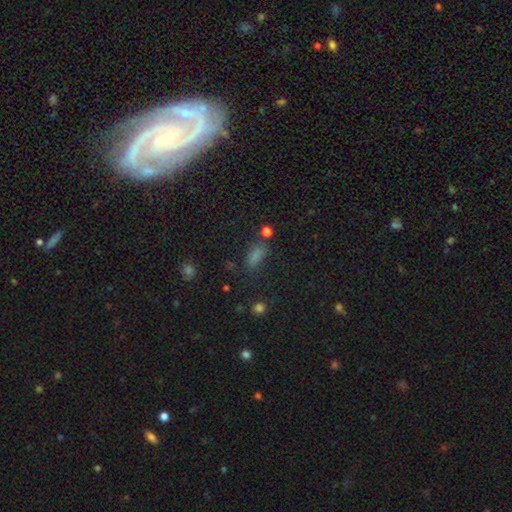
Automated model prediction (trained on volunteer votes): Smooth or featured? smooth (71%)
How rounded? in between (80%)
Merging? none (63%)